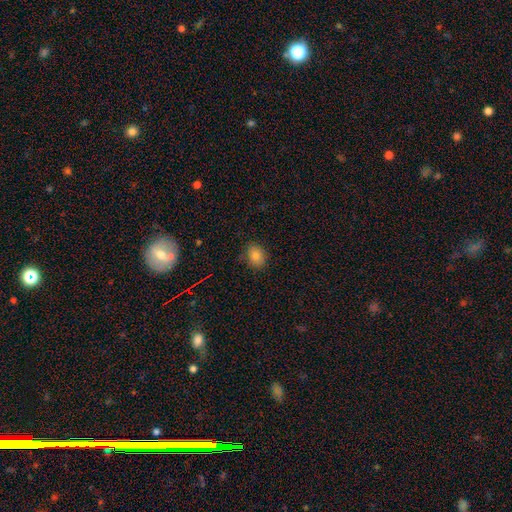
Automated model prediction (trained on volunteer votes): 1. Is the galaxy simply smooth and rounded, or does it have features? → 82% smooth, 11% star or artifact, 7% featured or disk.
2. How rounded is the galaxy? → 55% in between, 44% round, 1% cigar-shaped.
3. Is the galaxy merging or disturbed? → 82% none, 14% minor disturbance, 3% major disturbance, 1% merger.